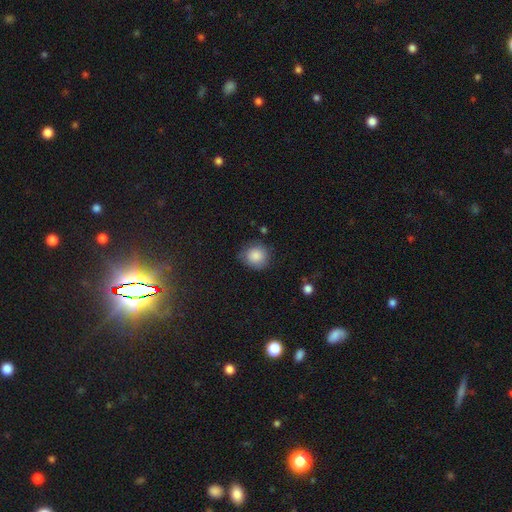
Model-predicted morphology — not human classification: A smooth galaxy with no disk features (85%) that is round (87%).

Vote fractions:
- Smooth or featured? smooth: 85% / star or artifact: 8% / featured or disk: 7%
- How rounded? round: 87% / in between: 12% / cigar-shaped: 1%
- Merging? none: 73% / minor disturbance: 21% / major disturbance: 5% / merger: 2%